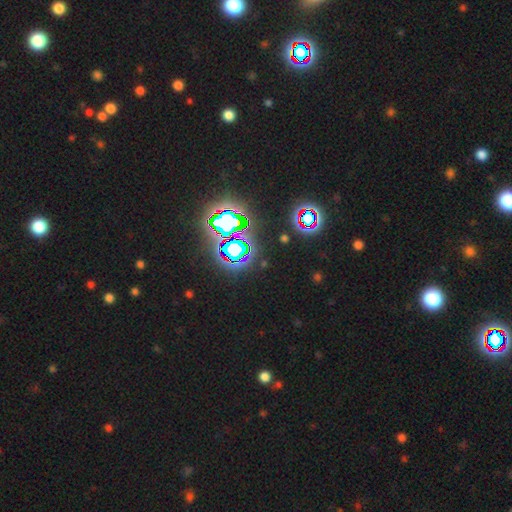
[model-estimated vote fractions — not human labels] Q: Smooth or featured?
A: star or artifact (83%); runner-up: smooth (11%)